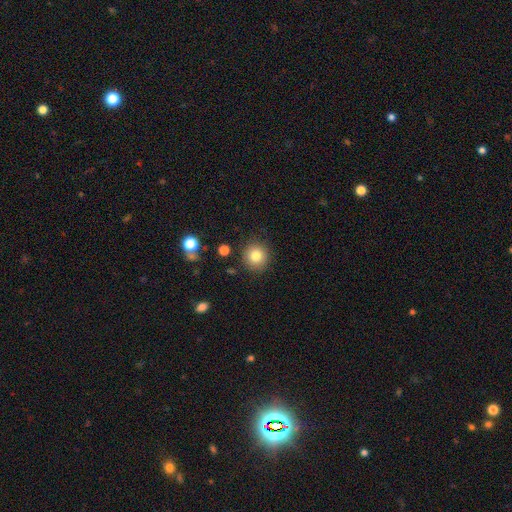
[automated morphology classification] smooth_or_featured: smooth (p=0.81) [alt: star or artifact p=0.11]
how_rounded: round (p=0.91) [alt: in between p=0.08]
merging: none (p=0.88) [alt: minor disturbance p=0.07]